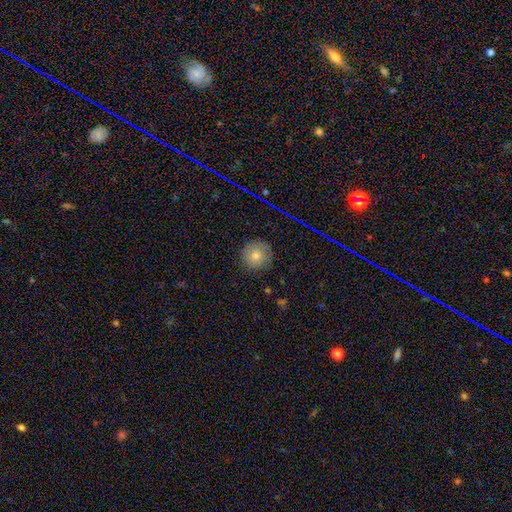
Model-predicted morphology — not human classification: Q: Smooth or featured?
A: smooth (67%); runner-up: star or artifact (17%)
Q: How rounded?
A: round (94%); runner-up: in between (5%)
Q: Merging?
A: none (86%); runner-up: minor disturbance (10%)